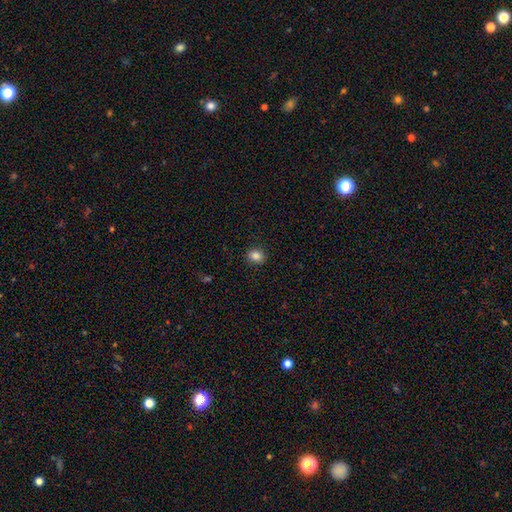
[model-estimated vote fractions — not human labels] Q: Smooth or featured?
A: smooth (85%); runner-up: star or artifact (10%)
Q: How rounded?
A: round (67%); runner-up: in between (32%)
Q: Merging?
A: none (89%); runner-up: minor disturbance (7%)